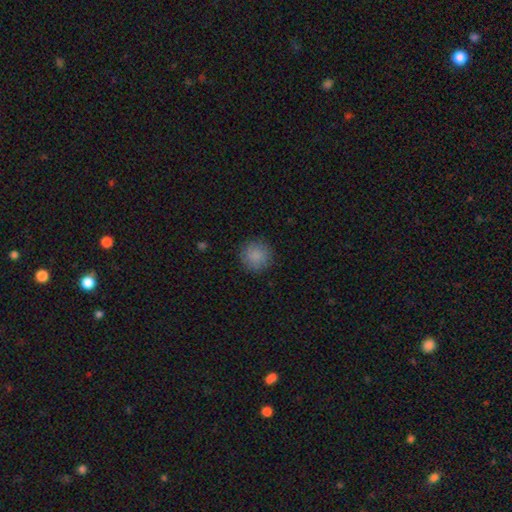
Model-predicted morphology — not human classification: This appears to be a smooth galaxy with no disk features (87%) that is round (95%). Merging: none (89%).